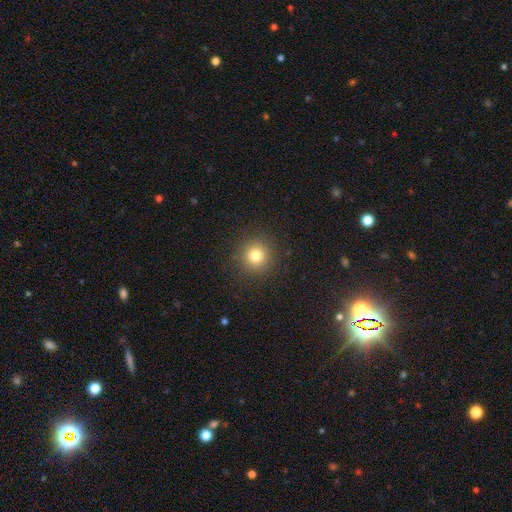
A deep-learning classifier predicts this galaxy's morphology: A smooth galaxy with no disk features (79%) that is round (94%).

Vote fractions:
- Smooth or featured? smooth: 79% / star or artifact: 14% / featured or disk: 7%
- How rounded? round: 94% / in between: 5% / cigar-shaped: 1%
- Merging? none: 91% / minor disturbance: 6% / major disturbance: 3% / merger: 1%